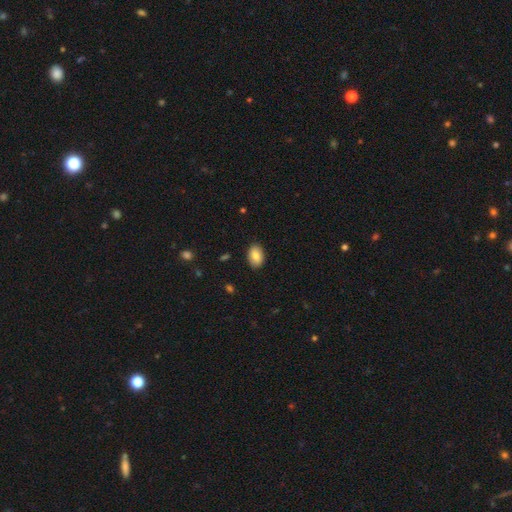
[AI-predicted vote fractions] A smooth galaxy with no disk features (82%) that is in between round and cigar-shaped (90%).

Vote fractions:
- Smooth or featured? smooth: 82% / featured or disk: 11% / star or artifact: 7%
- How rounded? in between: 90% / round: 9% / cigar-shaped: 1%
- Merging? none: 88% / minor disturbance: 9% / major disturbance: 2% / merger: 1%